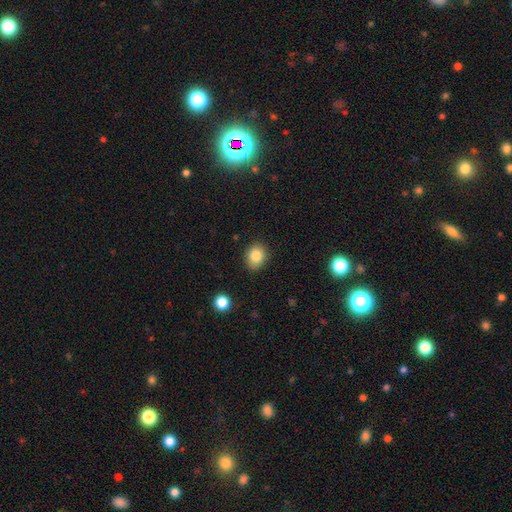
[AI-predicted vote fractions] Morphology: type=smooth (84%); roundness=round (57%); merging=none (86%).